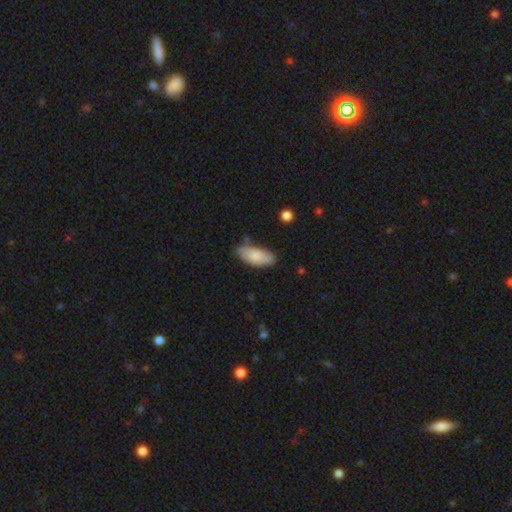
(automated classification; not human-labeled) A smooth galaxy with no disk features (80%) that is in between round and cigar-shaped (87%). Merging: none (67%).